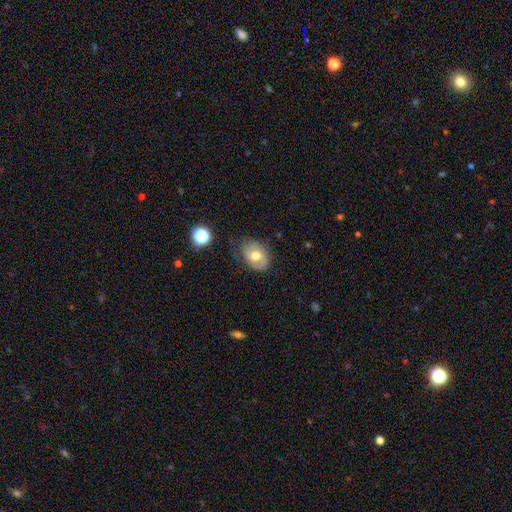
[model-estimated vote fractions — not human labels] Smooth or featured?
  - smooth: 48% *
  - featured or disk: 43%
  - star or artifact: 9%
Merging?
  - none: 67% *
  - minor disturbance: 23%
  - major disturbance: 8%
  - merger: 2%